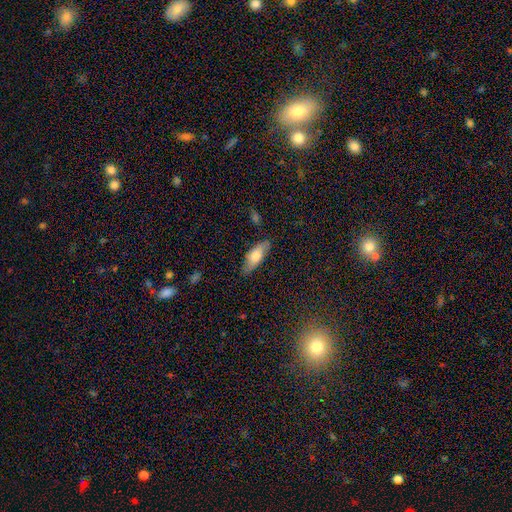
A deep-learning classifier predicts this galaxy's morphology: type=smooth (68%); roundness=in between (70%); merging=none (81%).